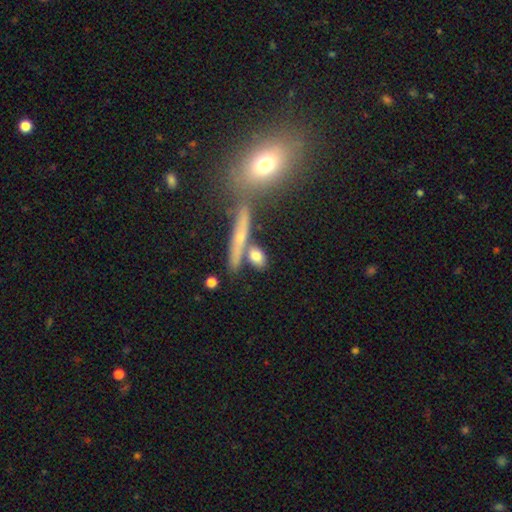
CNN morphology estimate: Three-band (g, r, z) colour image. It shows a smooth galaxy with no disk features (73%) that is in between round and cigar-shaped (56%). Merging: none (62%).